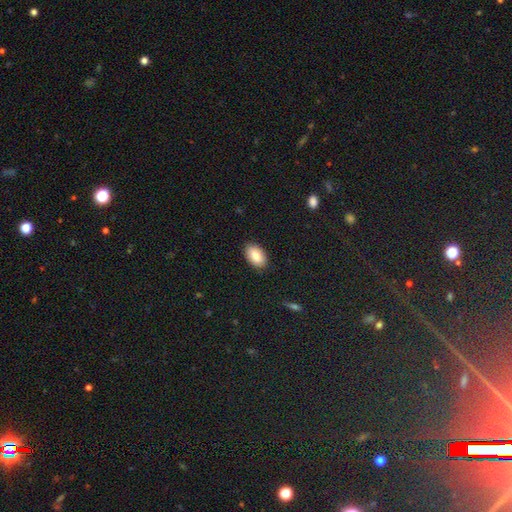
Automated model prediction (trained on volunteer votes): The model was most divided on "smooth or featured": smooth: 83%, featured or disk: 10%, star or artifact: 7%. More confident: how rounded — in between (93%); merging — none (88%).